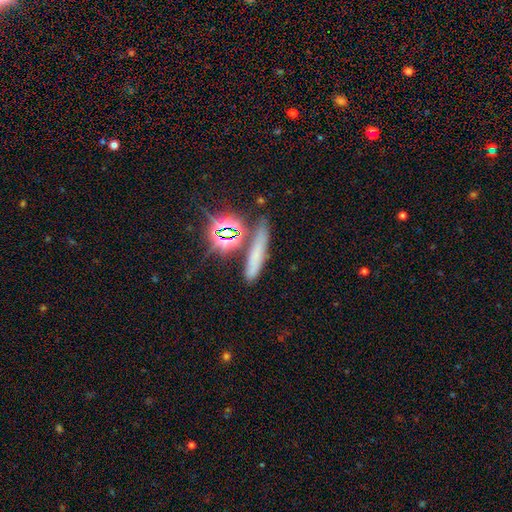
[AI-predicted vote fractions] Smooth or featured? Predicted: smooth (p=0.51). How rounded? Predicted: cigar-shaped (p=0.78). Merging? Predicted: none (p=0.74).